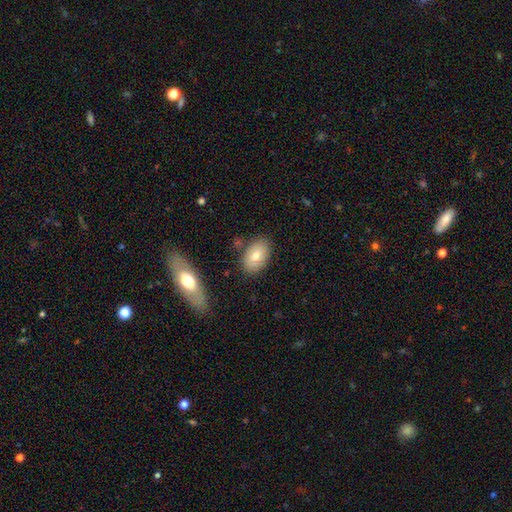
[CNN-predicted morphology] This appears to be a smooth galaxy with no disk features (76%) that is in between round and cigar-shaped (91%). Merging: none (80%).